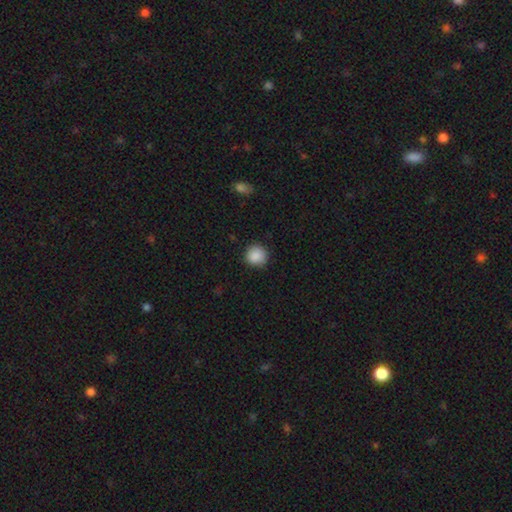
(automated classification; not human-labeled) Overall: smooth (89%). How rounded: round (93%). Merging: none (89%).